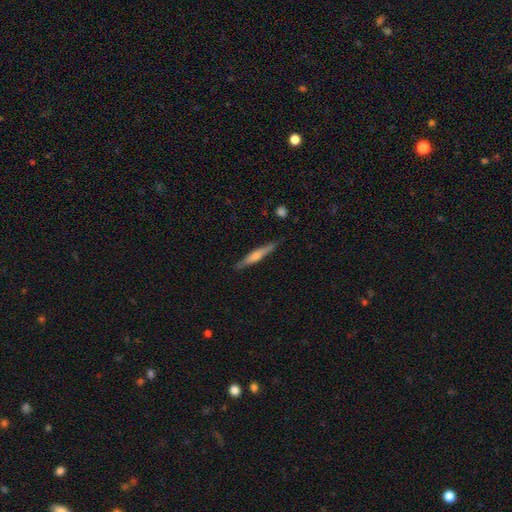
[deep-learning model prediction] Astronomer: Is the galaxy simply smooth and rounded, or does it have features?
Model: featured or disk — 60%.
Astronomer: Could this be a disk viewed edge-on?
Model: yes — 96%.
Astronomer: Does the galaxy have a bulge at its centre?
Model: rounded — 72%.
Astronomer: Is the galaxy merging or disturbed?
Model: none — 87%.